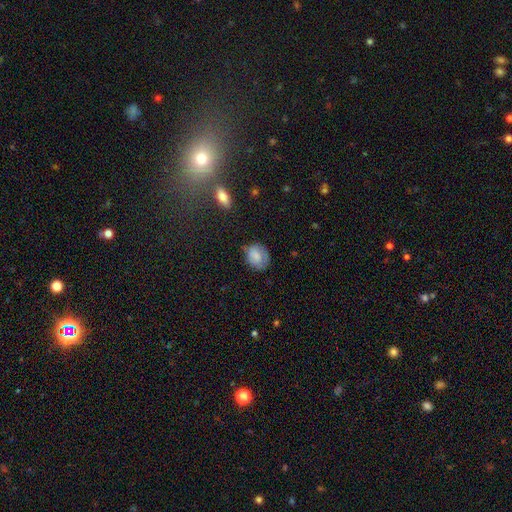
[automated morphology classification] The model was most divided on "how rounded": round: 60%, in between: 39%, cigar-shaped: 1%. More confident: smooth or featured — smooth (72%); merging — none (59%).